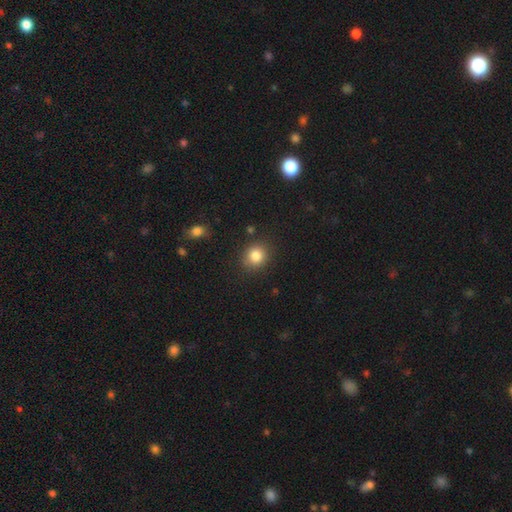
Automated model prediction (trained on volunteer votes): This is clearly a smooth galaxy (84%). How rounded: likely round (79%). Merging: clearly none (85%).